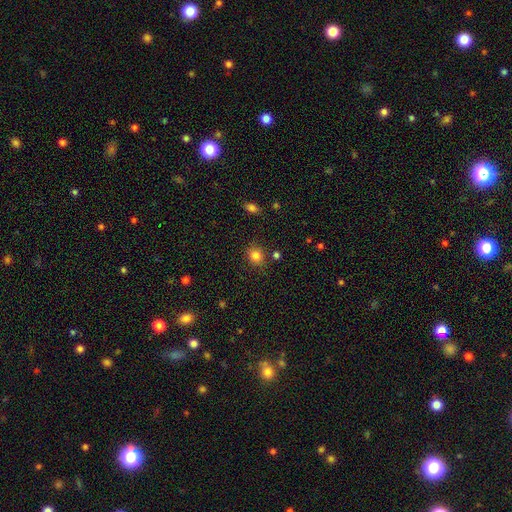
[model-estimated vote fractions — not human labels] This appears to be a smooth galaxy with no disk features (82%) that is round (70%). Merging: none (81%).